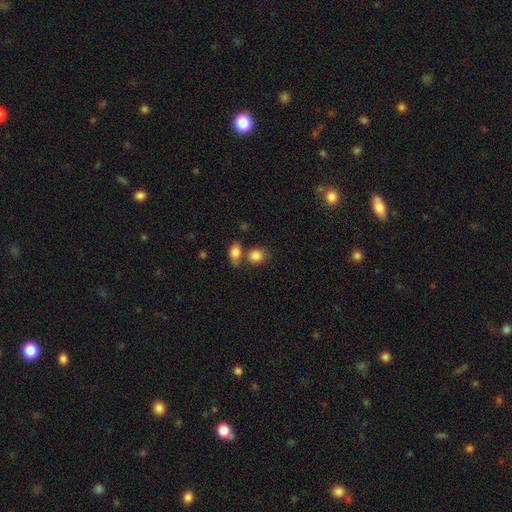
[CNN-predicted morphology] Smooth or featured? Predicted: smooth (p=0.85). How rounded? Predicted: round (p=0.69). Merging? Predicted: none (p=0.55).